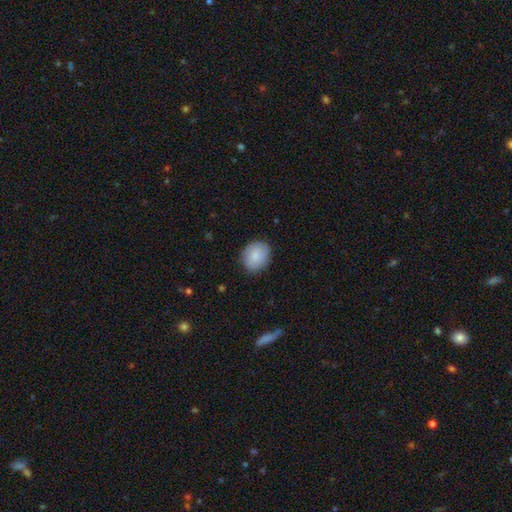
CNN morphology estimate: The model was most divided on "how rounded": round: 53%, in between: 46%, cigar-shaped: 1%. More confident: smooth or featured — smooth (86%); merging — none (84%).